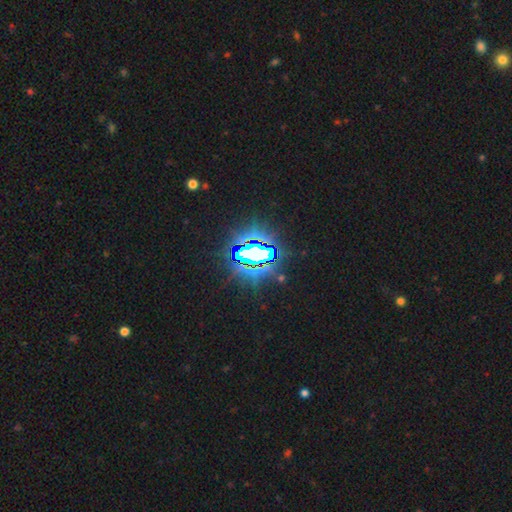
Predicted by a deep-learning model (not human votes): Smooth or featured? Predicted: star or artifact (p=0.77).